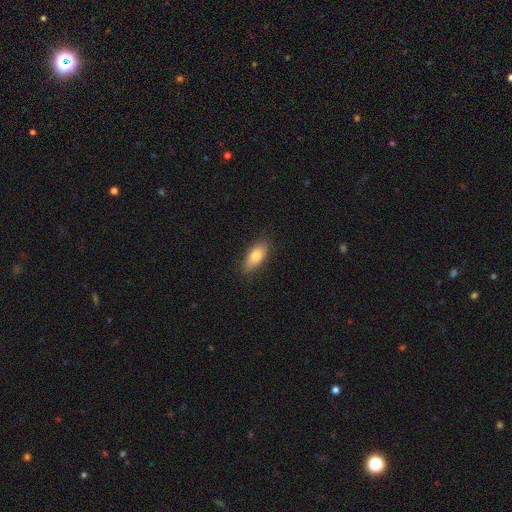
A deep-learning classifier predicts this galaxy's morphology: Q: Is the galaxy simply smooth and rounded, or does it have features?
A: smooth — 76%.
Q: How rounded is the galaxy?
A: in between — 78%.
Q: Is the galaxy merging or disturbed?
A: none — 84%.